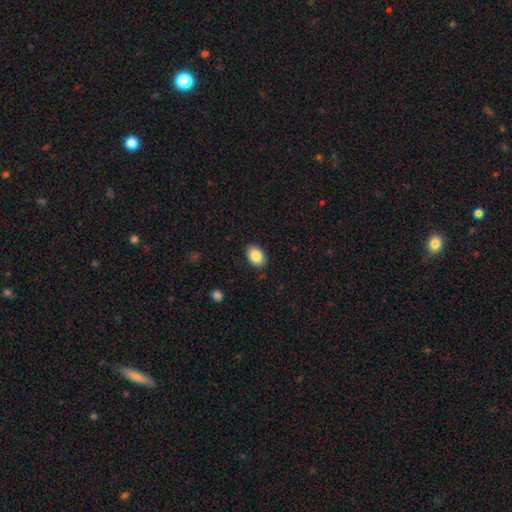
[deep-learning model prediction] Smooth or featured? smooth (87%)
How rounded? in between (84%)
Merging? none (88%)